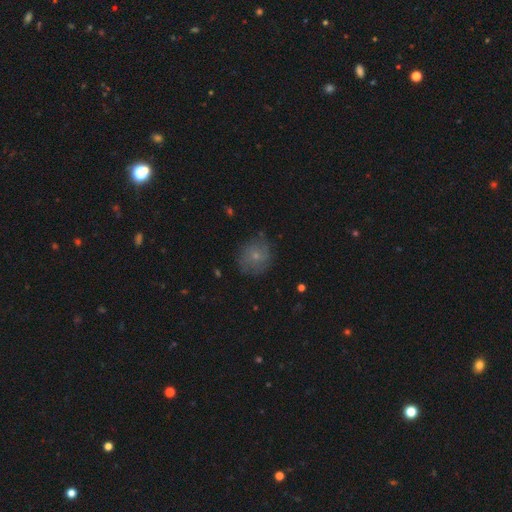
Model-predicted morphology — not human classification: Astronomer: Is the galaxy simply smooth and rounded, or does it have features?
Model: smooth — 56% (runner-up: featured or disk, 34%).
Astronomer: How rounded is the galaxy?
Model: round — 81%.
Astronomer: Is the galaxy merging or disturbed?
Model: none — 72%.